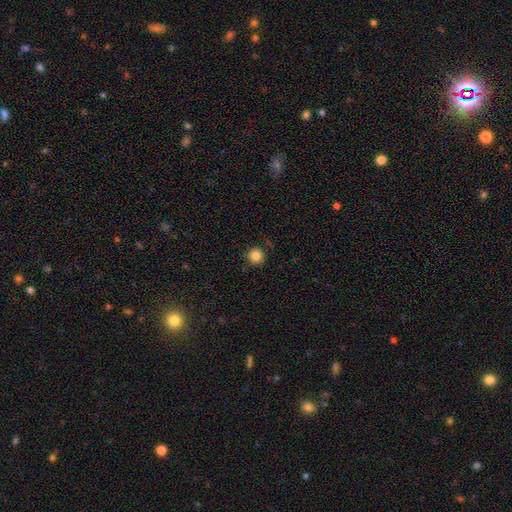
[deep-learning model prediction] Smooth or featured? Predicted: smooth (p=0.83). How rounded? Predicted: round (p=0.94). Merging? Predicted: none (p=0.88).